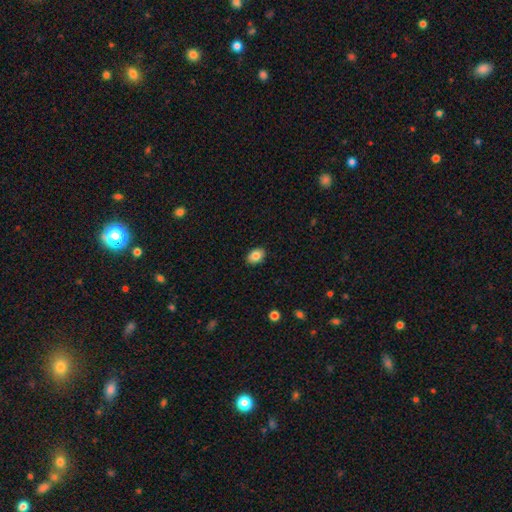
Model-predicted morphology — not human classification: A smooth galaxy with no disk features (85%) that is in between round and cigar-shaped (82%). Merging: none (89%).